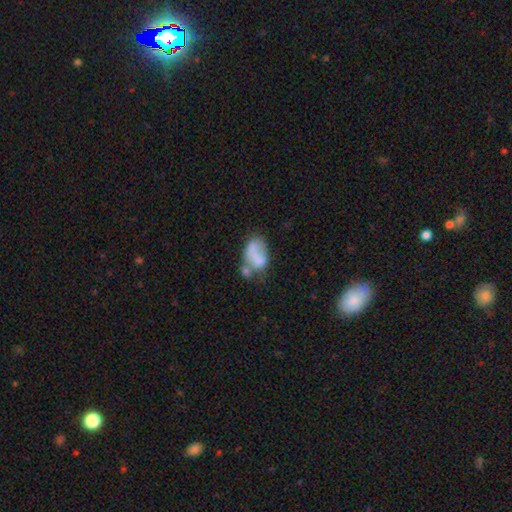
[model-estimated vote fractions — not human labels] Smooth or featured? smooth (63%)
How rounded? in between (86%)
Merging? merger (34%)